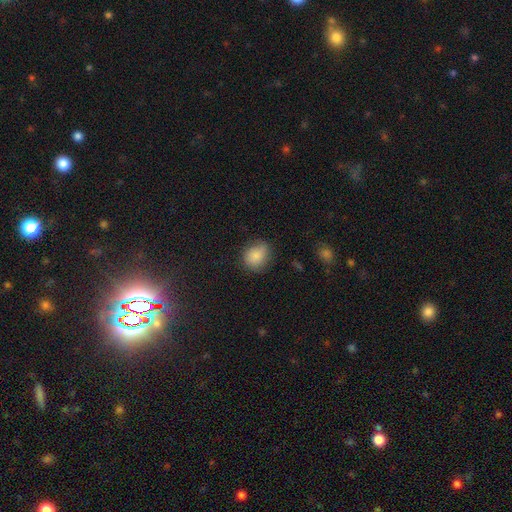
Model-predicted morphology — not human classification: smooth 84%, star or artifact 9%, featured or disk 7%. Down the decision tree: how rounded — round (64%); merging — none (71%).